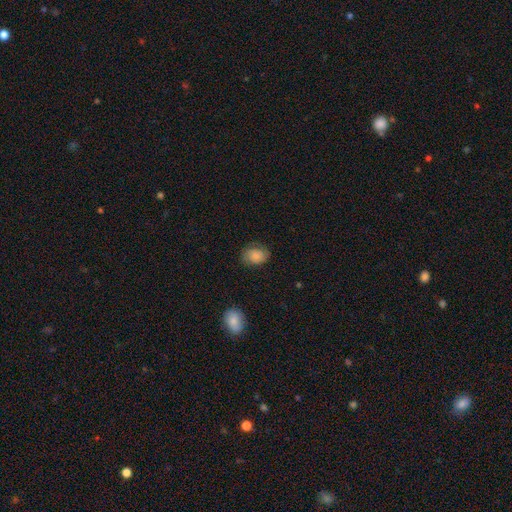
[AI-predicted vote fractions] Smooth or featured? Predicted: smooth (p=0.75). How rounded? Predicted: in between (p=0.67). Merging? Predicted: none (p=0.73).